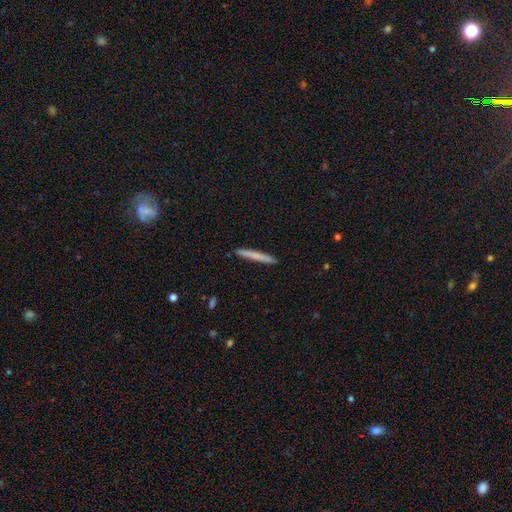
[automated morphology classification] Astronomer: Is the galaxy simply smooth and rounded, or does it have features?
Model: smooth — 69%.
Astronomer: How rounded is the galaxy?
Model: cigar-shaped — 97%.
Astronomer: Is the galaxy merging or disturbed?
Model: none — 91%.